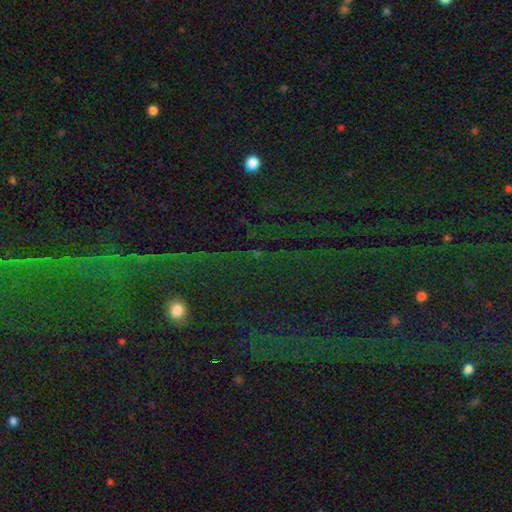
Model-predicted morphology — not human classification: This is likely a star or artifact rather than a galaxy (79%).